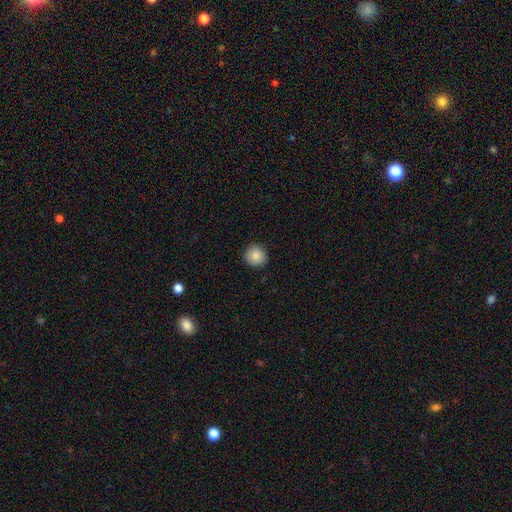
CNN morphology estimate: This is clearly a smooth galaxy (85%). How rounded: clearly round (90%). Merging: clearly none (89%).